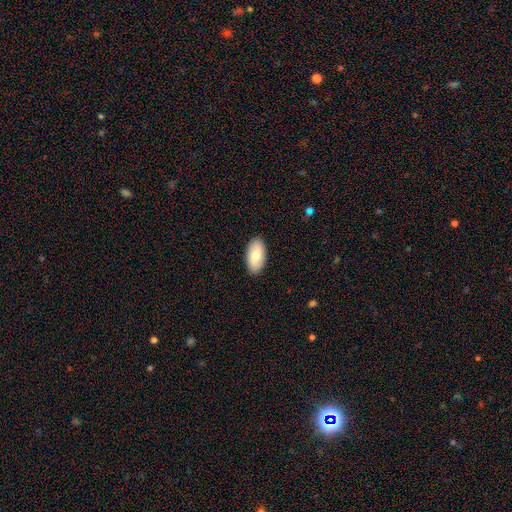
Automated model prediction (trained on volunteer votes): This is likely a smooth galaxy (74%). How rounded: clearly in between (95%). Merging: clearly none (89%).